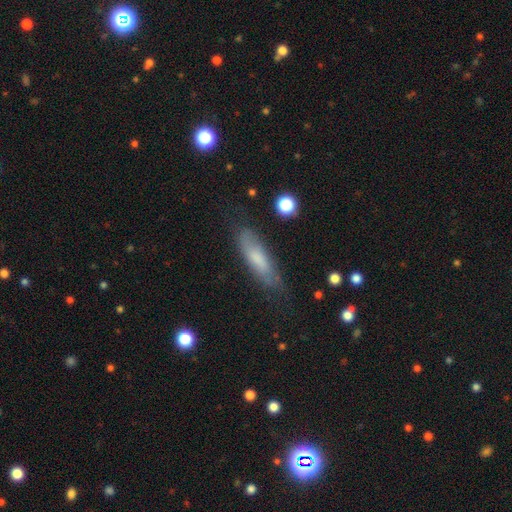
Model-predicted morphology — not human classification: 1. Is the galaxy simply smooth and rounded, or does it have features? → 64% smooth, 29% featured or disk, 8% star or artifact.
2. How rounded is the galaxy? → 56% cigar-shaped, 42% in between, 2% round.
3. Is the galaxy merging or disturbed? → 67% none, 23% minor disturbance, 7% major disturbance, 2% merger.